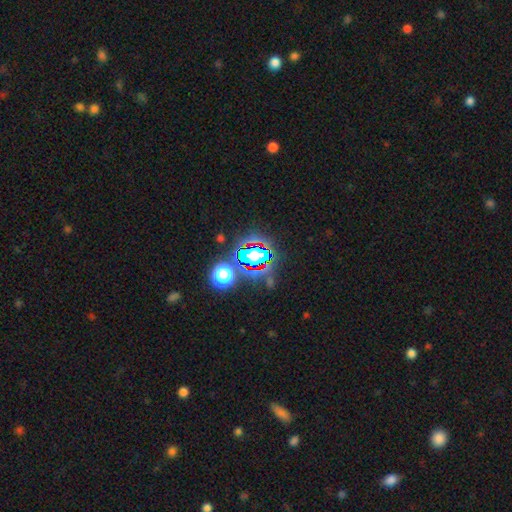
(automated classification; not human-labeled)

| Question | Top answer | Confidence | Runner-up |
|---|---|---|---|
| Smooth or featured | star or artifact | 70% | smooth (19%) |